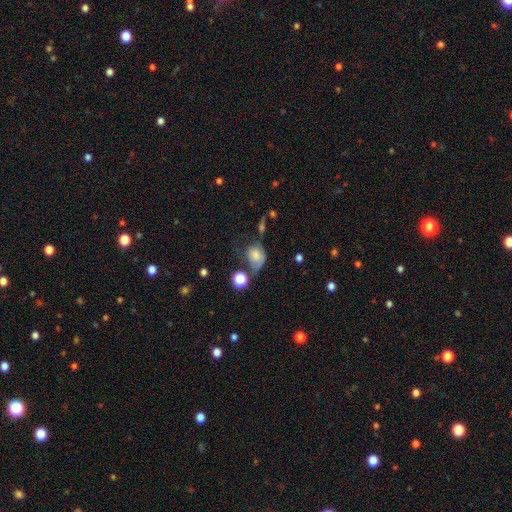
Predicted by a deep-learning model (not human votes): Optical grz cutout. It shows a smooth galaxy with no disk features (68%) that is round (50%). Merging: major disturbance (33%).